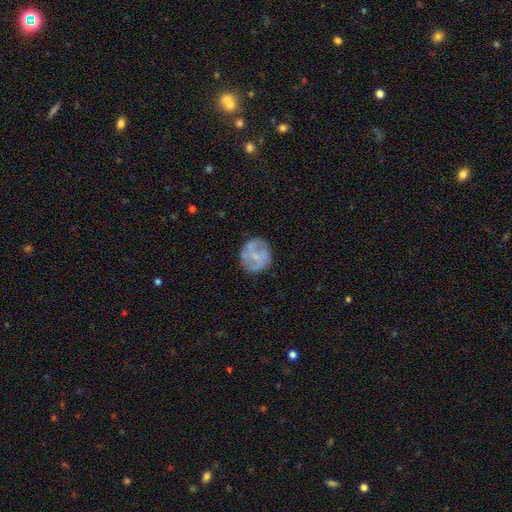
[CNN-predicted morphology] A featured or disk galaxy (48%).

Vote fractions:
- Smooth or featured? featured or disk: 48% / smooth: 44% / star or artifact: 8%
- Merging? none: 74% / minor disturbance: 17% / major disturbance: 7% / merger: 2%